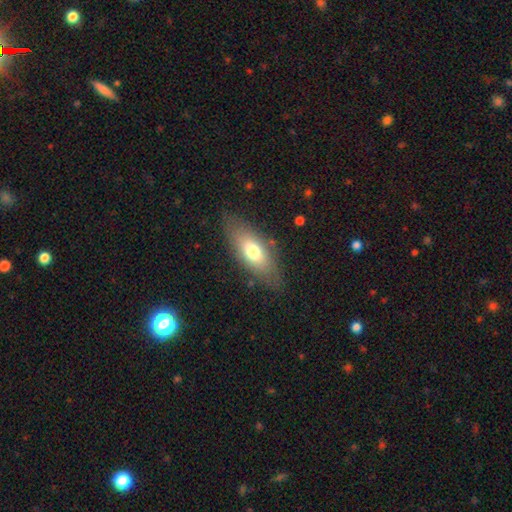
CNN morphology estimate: Smooth or featured: smooth — 55% (featured or disk — 33%)
How rounded: in between — 70% (cigar-shaped — 25%)
Merging: none — 86% (minor disturbance — 10%)